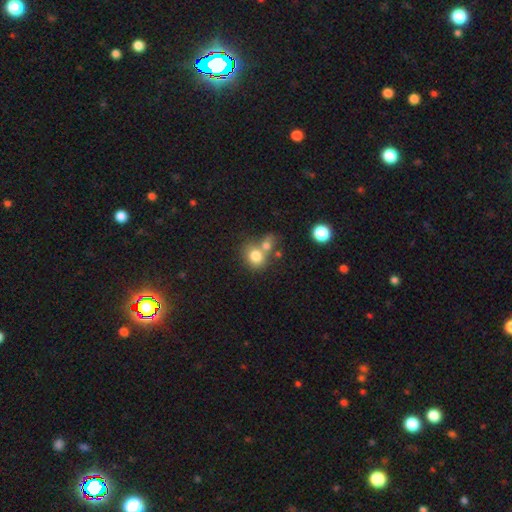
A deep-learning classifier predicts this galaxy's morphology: The model was most divided on "merging": merger: 47%, none: 40%, minor disturbance: 9%, major disturbance: 4%. More confident: smooth or featured — smooth (78%); how rounded — round (70%).